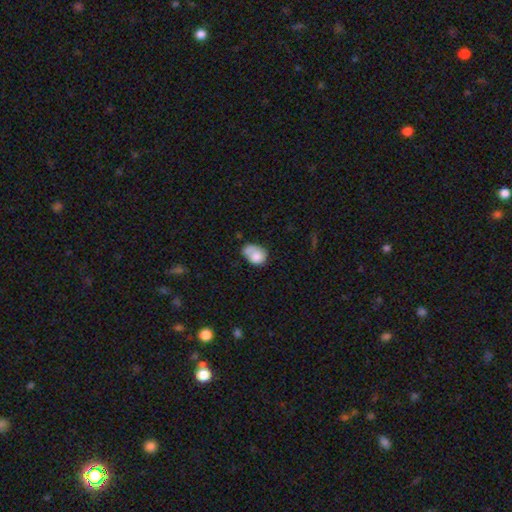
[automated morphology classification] type=smooth (75%); roundness=in between (66%); merging=none (32%).